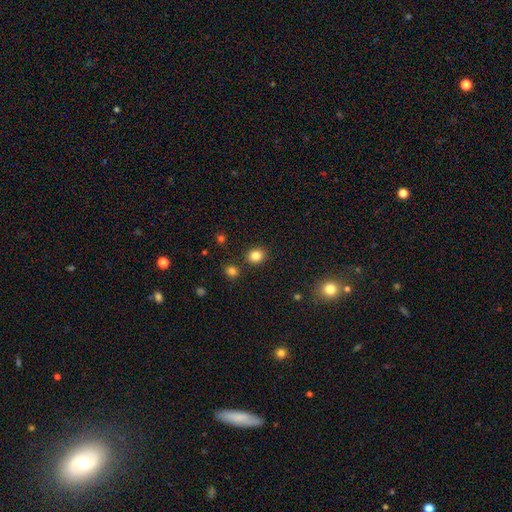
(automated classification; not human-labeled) Q: Smooth or featured?
A: smooth (83%); runner-up: star or artifact (12%)
Q: How rounded?
A: round (77%); runner-up: in between (22%)
Q: Merging?
A: none (86%); runner-up: minor disturbance (7%)